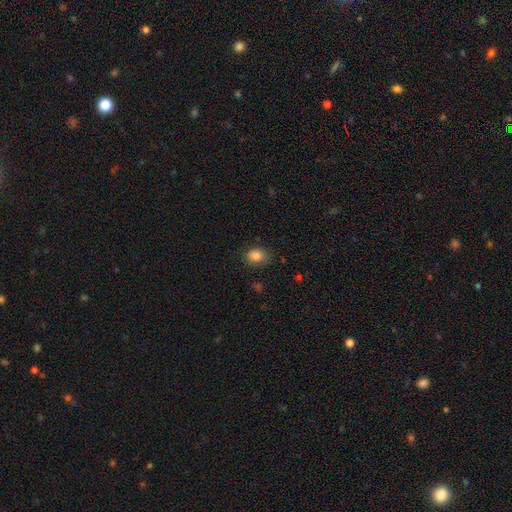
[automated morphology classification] Smooth or featured: smooth — 85% (star or artifact — 9%)
How rounded: in between — 66% (round — 33%)
Merging: none — 78% (minor disturbance — 17%)